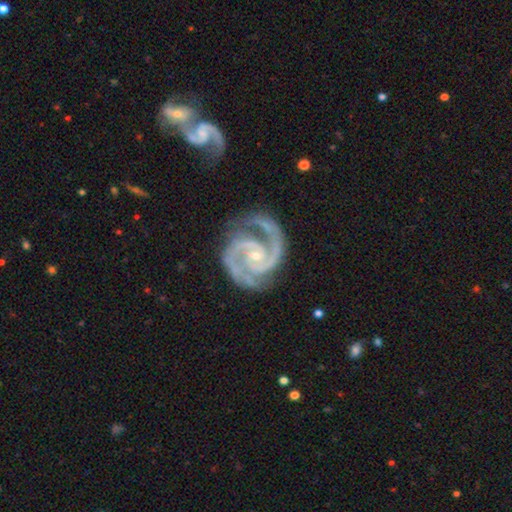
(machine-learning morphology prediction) featured or disk 95%, star or artifact 3%, smooth 2%. Down the decision tree: edge-on disk — no (99%); bar — no (58%); spiral arms — yes (99%); spiral arm count — 2 (87%); spiral winding — tight (54%); bulge size — small (74%); merging — none (72%).